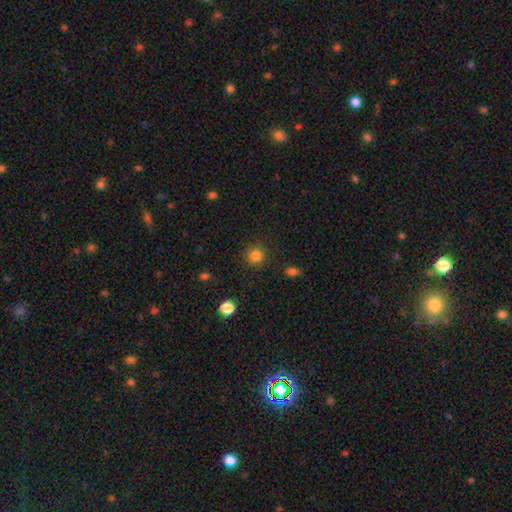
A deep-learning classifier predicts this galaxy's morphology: Overall: smooth (84%). How rounded: round (92%). Merging: none (90%).